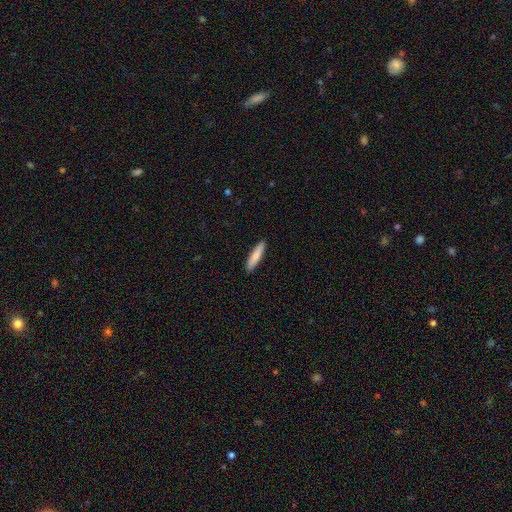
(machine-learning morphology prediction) The model was most divided on "how rounded": cigar-shaped: 83%, in between: 15%, round: 1%. More confident: merging — none (91%); smooth or featured — smooth (84%).